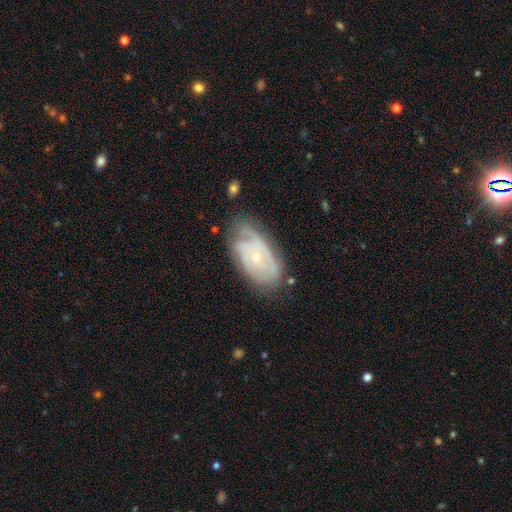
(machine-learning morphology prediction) Q: Smooth or featured?
A: featured or disk (72%); runner-up: smooth (21%)
Q: Edge-on disk?
A: no (94%); runner-up: yes (6%)
Q: Bar?
A: no (79%); runner-up: weak (18%)
Q: Spiral arms?
A: yes (84%); runner-up: no (16%)
Q: Spiral winding?
A: tight (66%); runner-up: medium (26%)
Q: Spiral arm count?
A: can't tell (49%); runner-up: 2 (21%)
Q: Bulge size?
A: small (72%); runner-up: moderate (24%)
Q: Merging?
A: none (62%); runner-up: minor disturbance (27%)